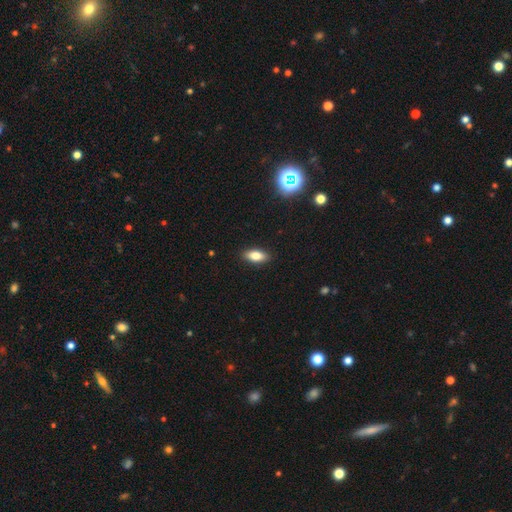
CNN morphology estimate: A smooth galaxy with no disk features (79%) that is in between round and cigar-shaped (83%). Merging: none (89%).